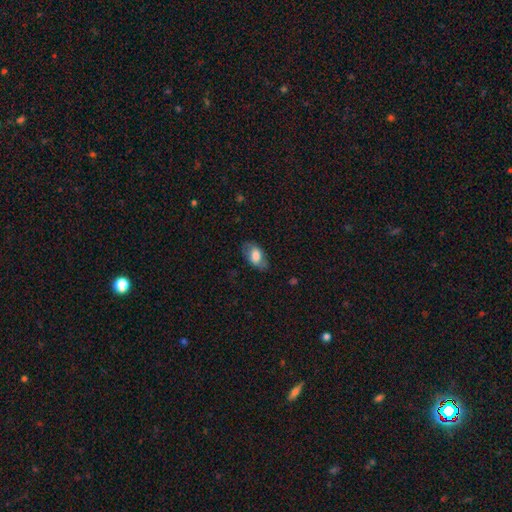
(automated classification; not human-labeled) The model was most divided on "smooth or featured": smooth: 70%, featured or disk: 23%, star or artifact: 7%. More confident: how rounded — in between (92%); merging — none (75%).